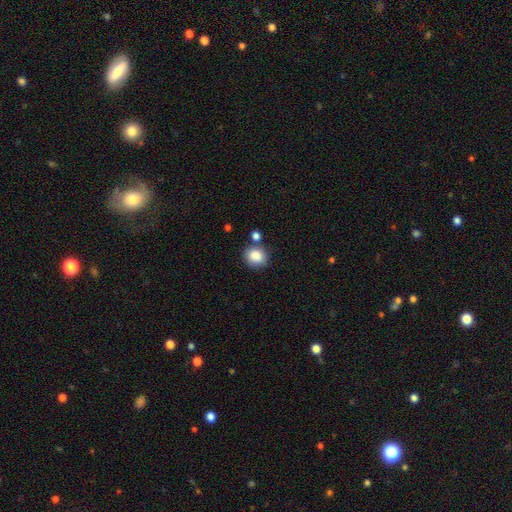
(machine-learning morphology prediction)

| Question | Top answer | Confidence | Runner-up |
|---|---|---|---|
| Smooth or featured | smooth | 86% | star or artifact (9%) |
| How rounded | round | 70% | in between (29%) |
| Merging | none | 73% | minor disturbance (13%) |